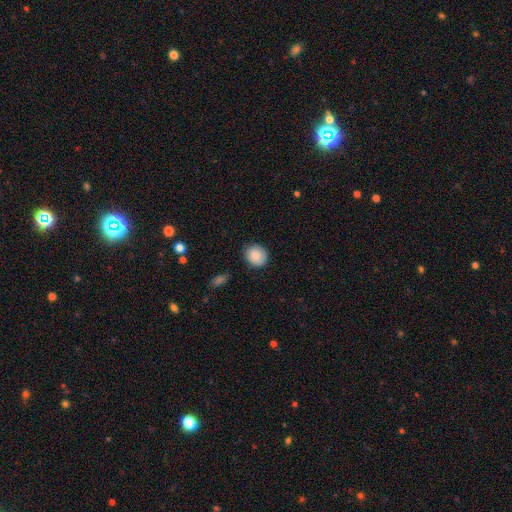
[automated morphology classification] Smooth or featured: smooth — 86% (star or artifact — 7%)
How rounded: round — 82% (in between — 17%)
Merging: none — 86% (minor disturbance — 10%)